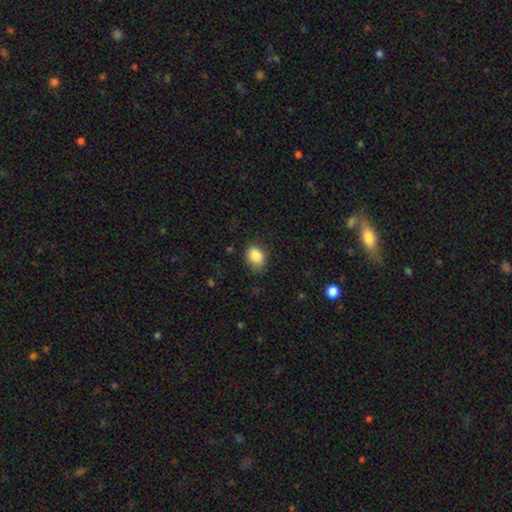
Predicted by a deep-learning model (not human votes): Smooth or featured? smooth (85%)
How rounded? in between (66%)
Merging? none (68%)